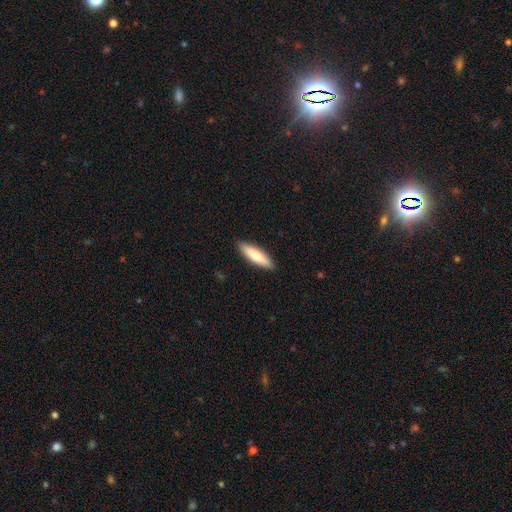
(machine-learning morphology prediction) A smooth galaxy with no disk features (75%) that is cigar-shaped (65%).

Vote fractions:
- Smooth or featured? smooth: 75% / featured or disk: 20% / star or artifact: 5%
- How rounded? cigar-shaped: 65% / in between: 34% / round: 1%
- Merging? none: 90% / minor disturbance: 8% / major disturbance: 2% / merger: 1%